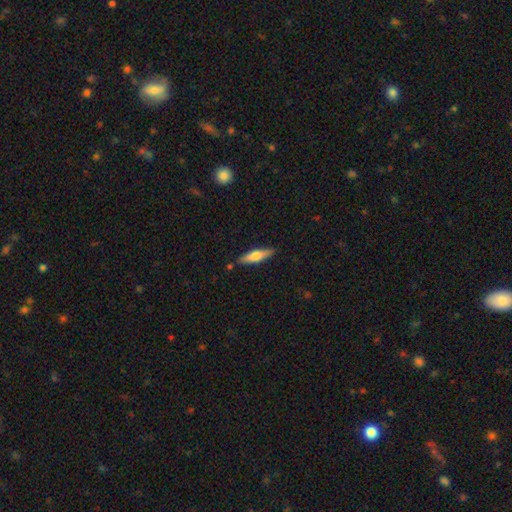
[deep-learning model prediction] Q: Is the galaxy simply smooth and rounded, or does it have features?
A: smooth — 56%.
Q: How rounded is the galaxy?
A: cigar-shaped — 72%.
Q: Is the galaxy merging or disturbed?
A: none — 85%.